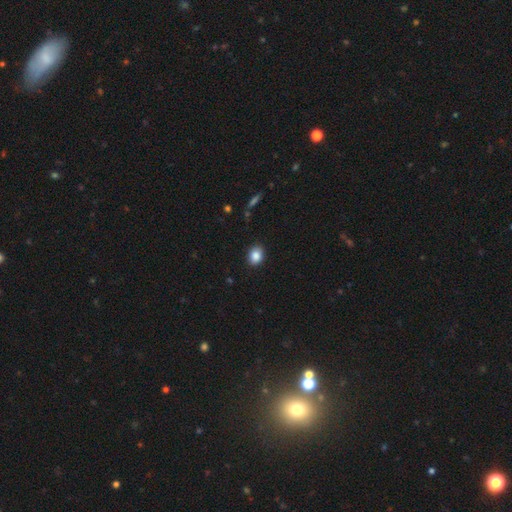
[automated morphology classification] type=smooth (87%); roundness=in between (57%); merging=none (88%).